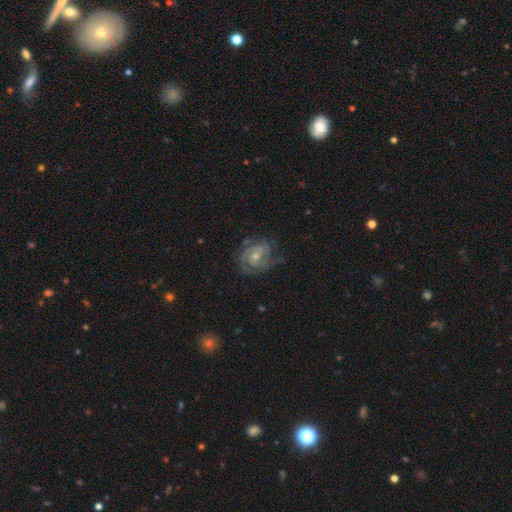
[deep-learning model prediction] Overall: featured or disk (78%). Edge-on disk: no (97%). Bar: no (57%; weak 35%). Spiral arms: yes (94%). Spiral arm count: 2 (29%; 3 27%). Spiral winding: tight (52%; medium 39%). Bulge size: small (49%; moderate 46%). Merging: none (70%).